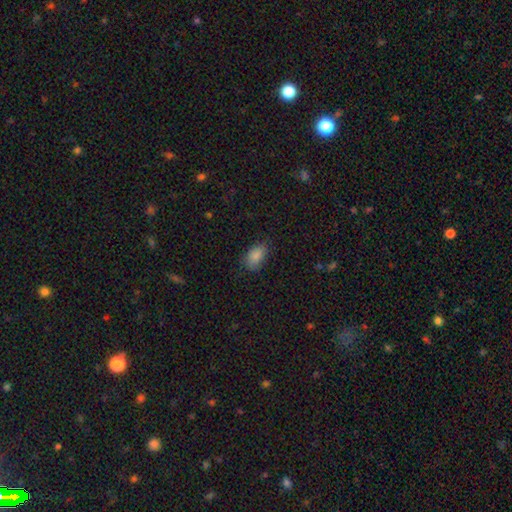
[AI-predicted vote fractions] Overall: smooth (87%). How rounded: in between (90%). Merging: none (74%).